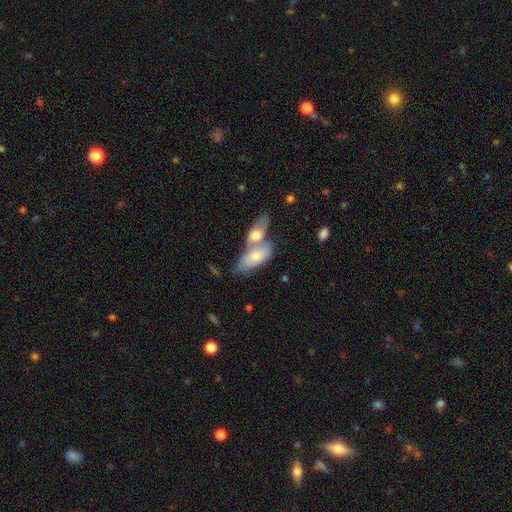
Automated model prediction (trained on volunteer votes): This is likely a smooth galaxy (65%). How rounded: clearly in between (84%). Merging: likely merger (67%).